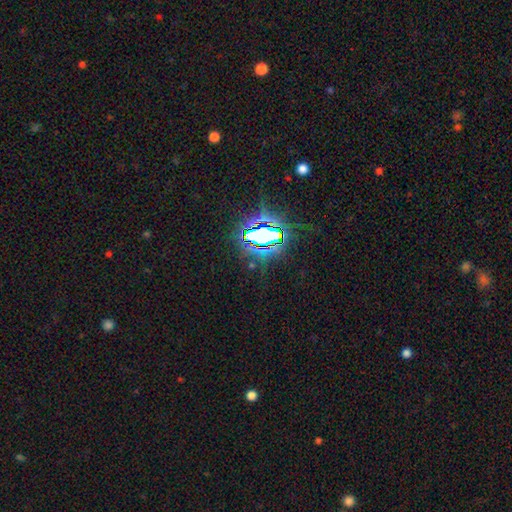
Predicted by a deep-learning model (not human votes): Morphology: type=star or artifact (84%).